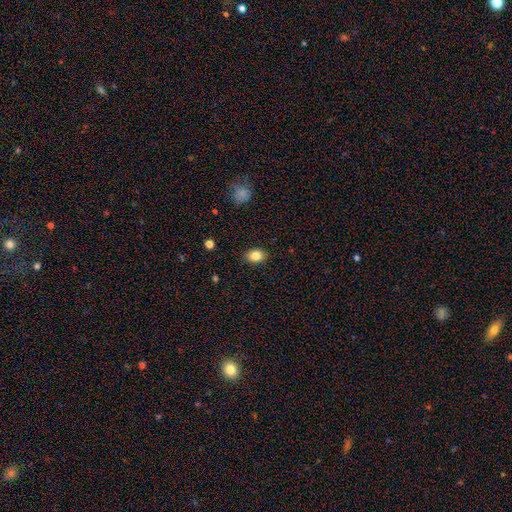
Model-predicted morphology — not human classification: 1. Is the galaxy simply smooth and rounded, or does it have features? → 84% smooth, 9% star or artifact, 7% featured or disk.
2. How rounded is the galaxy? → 71% in between, 28% round, 1% cigar-shaped.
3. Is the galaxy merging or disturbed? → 87% none, 10% minor disturbance, 2% major disturbance, 1% merger.